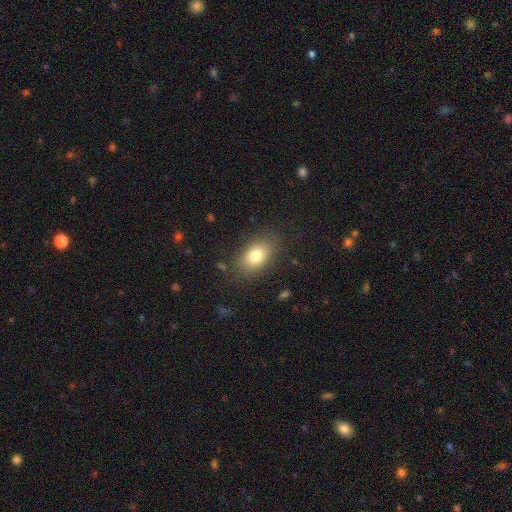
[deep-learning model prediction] Overall: smooth (79%). How rounded: in between (84%). Merging: none (82%).